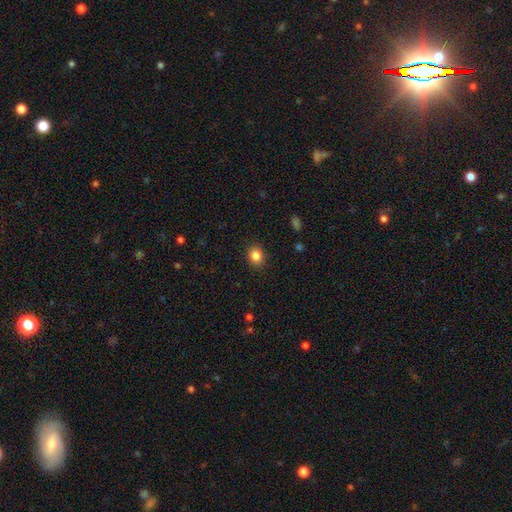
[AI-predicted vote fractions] smooth-or-featured: smooth: 85% | star or artifact: 10% | featured or disk: 5%
  how-rounded: round: 63% | in between: 37% | cigar-shaped: 1%
  merging: none: 89% | minor disturbance: 8% | major disturbance: 2% | merger: 1%